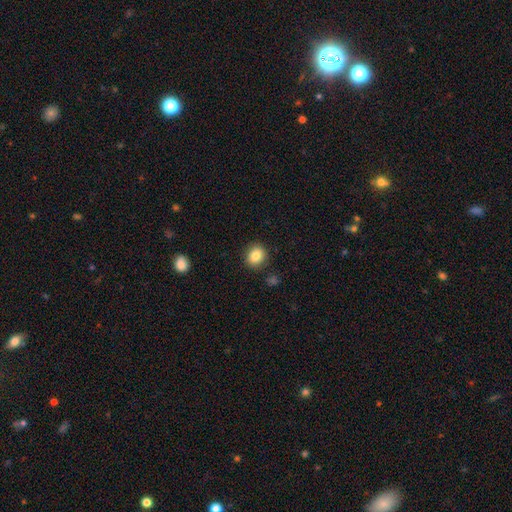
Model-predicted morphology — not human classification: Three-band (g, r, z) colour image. It shows a smooth galaxy with no disk features (84%) that is round (70%). Merging: none (88%).